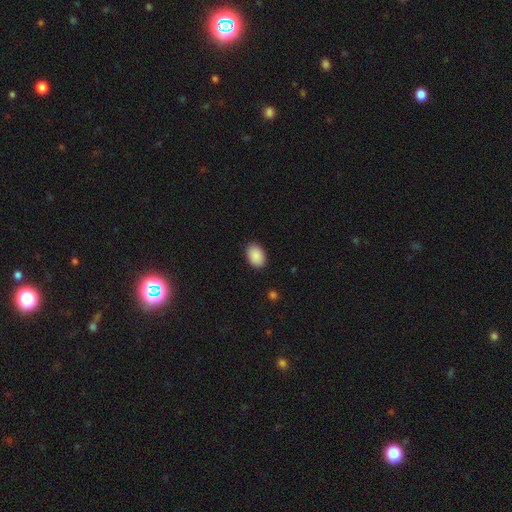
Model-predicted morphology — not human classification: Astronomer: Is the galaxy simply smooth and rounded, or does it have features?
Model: smooth — 90%.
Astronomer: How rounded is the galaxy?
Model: in between — 86%.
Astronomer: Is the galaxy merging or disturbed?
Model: none — 89%.